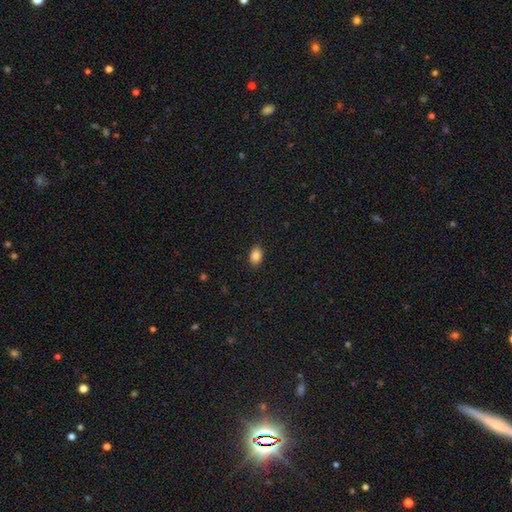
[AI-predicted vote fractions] The model was most divided on "how rounded": in between: 84%, round: 14%, cigar-shaped: 1%. More confident: merging — none (89%); smooth or featured — smooth (87%).